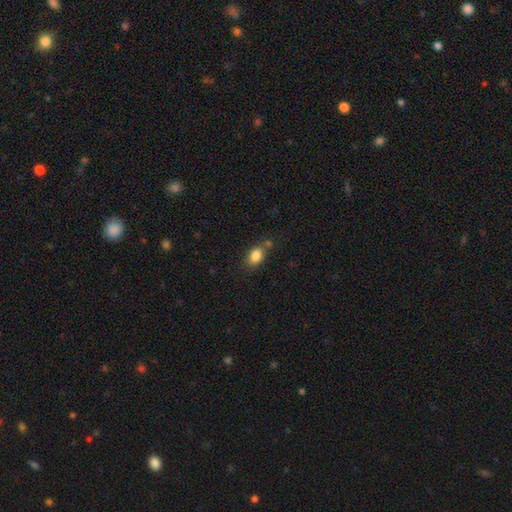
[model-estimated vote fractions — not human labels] This is clearly a smooth galaxy (83%). How rounded: likely in between (75%). Merging: likely none (65%).